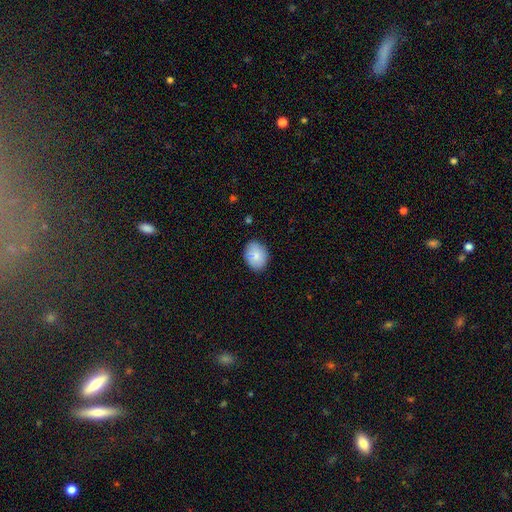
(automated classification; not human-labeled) A smooth galaxy with no disk features (82%) that is in between round and cigar-shaped (70%). Merging: none (82%).